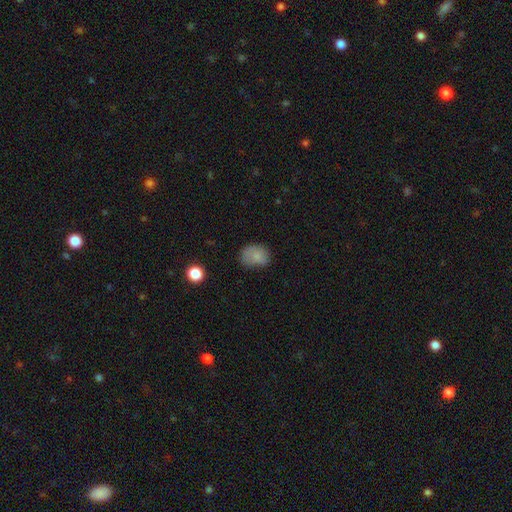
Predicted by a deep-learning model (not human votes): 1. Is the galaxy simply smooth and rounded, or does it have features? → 80% smooth, 11% star or artifact, 9% featured or disk.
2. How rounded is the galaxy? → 60% in between, 39% round, 1% cigar-shaped.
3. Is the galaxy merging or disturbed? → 56% none, 30% minor disturbance, 10% major disturbance, 3% merger.